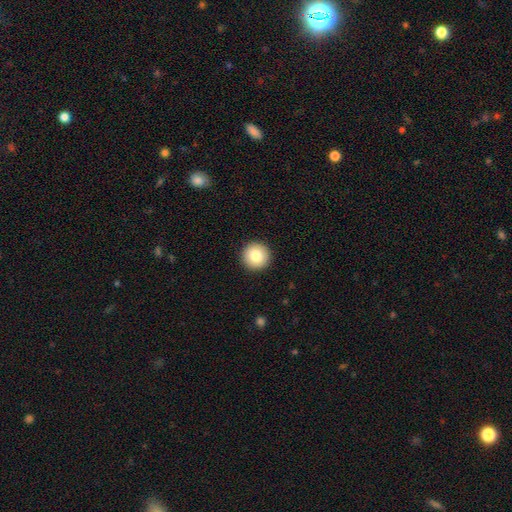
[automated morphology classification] The model was most divided on "smooth or featured": smooth: 83%, featured or disk: 9%, star or artifact: 8%. More confident: how rounded — round (96%); merging — none (93%).